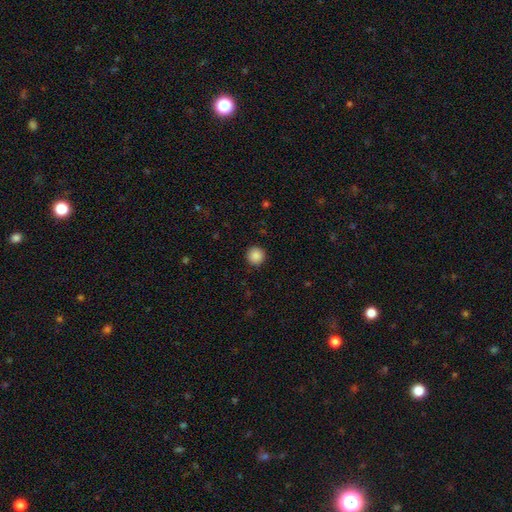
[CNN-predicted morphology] A smooth galaxy with no disk features (88%) that is round (96%). Merging: none (93%).